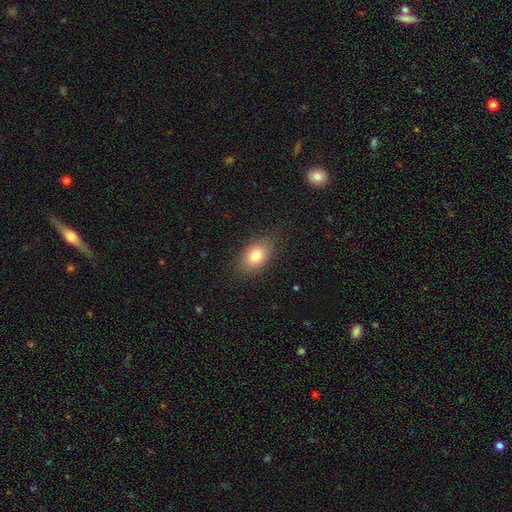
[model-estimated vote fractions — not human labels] Smooth or featured: smooth — 79% (featured or disk — 12%)
How rounded: in between — 83% (round — 15%)
Merging: none — 84% (minor disturbance — 12%)